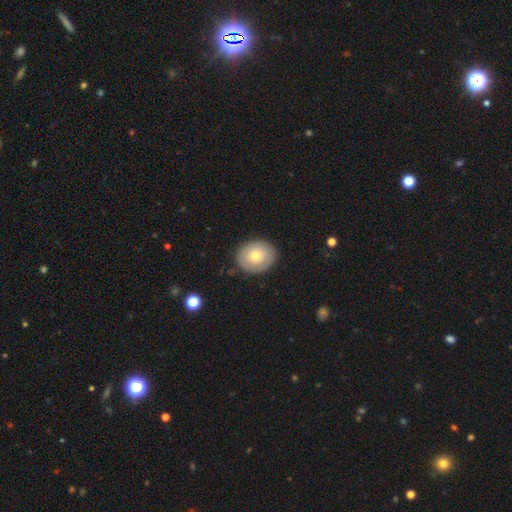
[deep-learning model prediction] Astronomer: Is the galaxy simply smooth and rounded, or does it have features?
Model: smooth — 61%.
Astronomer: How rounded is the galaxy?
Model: round — 58% (runner-up: in between, 41%).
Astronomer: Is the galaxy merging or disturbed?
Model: none — 84%.